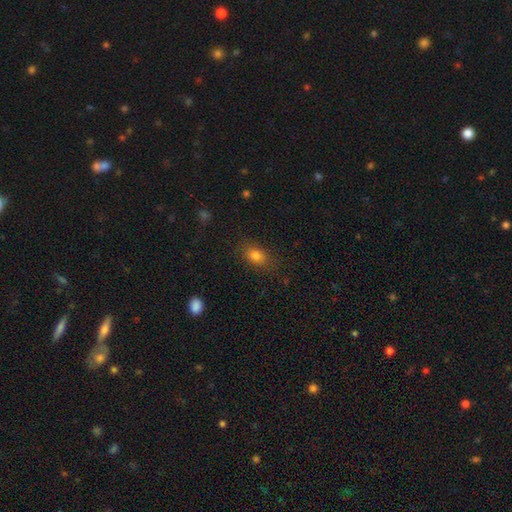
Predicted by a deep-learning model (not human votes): Smooth or featured: smooth — 80% (star or artifact — 12%)
How rounded: in between — 74% (round — 23%)
Merging: none — 80% (minor disturbance — 14%)